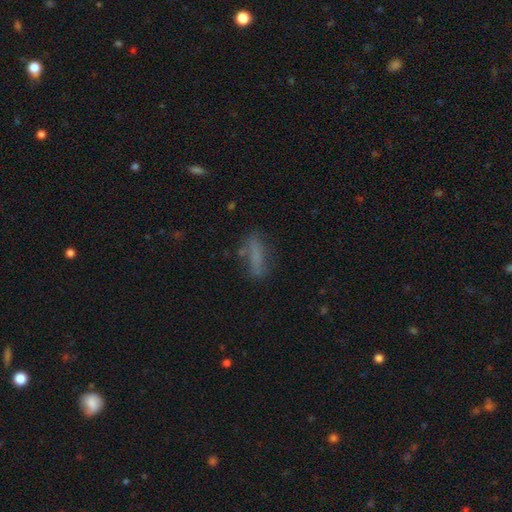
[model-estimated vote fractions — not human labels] Smooth or featured?
  - smooth: 67% *
  - featured or disk: 20%
  - star or artifact: 13%
How rounded?
  - cigar-shaped: 62% *
  - in between: 36%
  - round: 3%
Merging?
  - none: 62% *
  - minor disturbance: 21%
  - major disturbance: 11%
  - merger: 6%